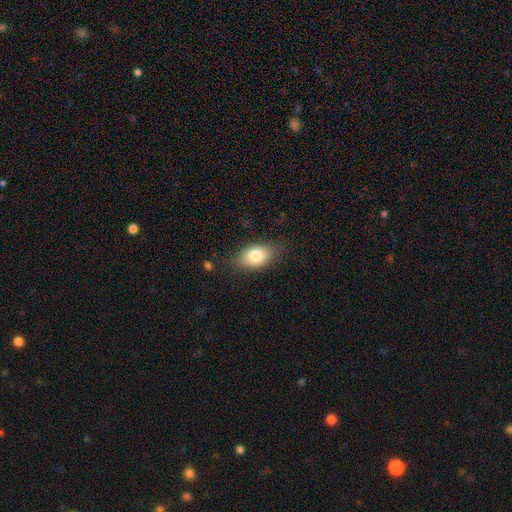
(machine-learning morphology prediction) smooth_or_featured: smooth (p=0.79) [alt: featured or disk p=0.13]
how_rounded: in between (p=0.86) [alt: round p=0.11]
merging: none (p=0.78) [alt: minor disturbance p=0.16]